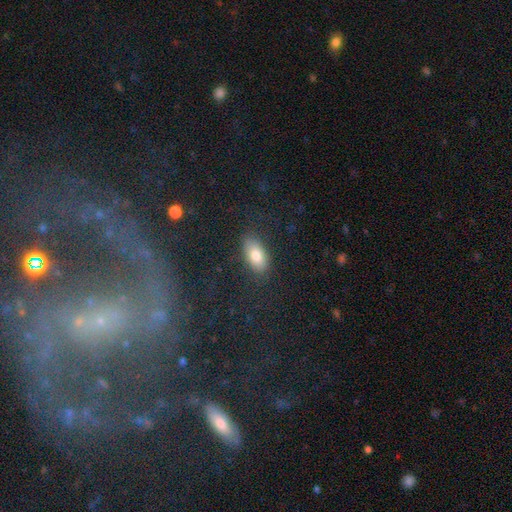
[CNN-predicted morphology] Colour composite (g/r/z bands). It shows a smooth galaxy with no disk features (79%) that is in between round and cigar-shaped (90%). Merging: none (83%).